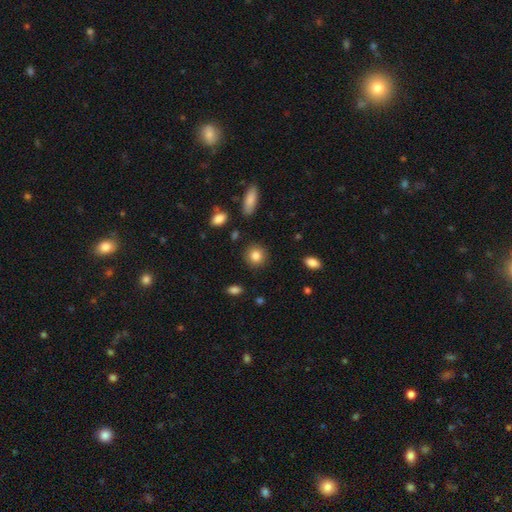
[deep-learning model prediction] Smooth or featured? smooth (84%)
How rounded? round (88%)
Merging? none (89%)